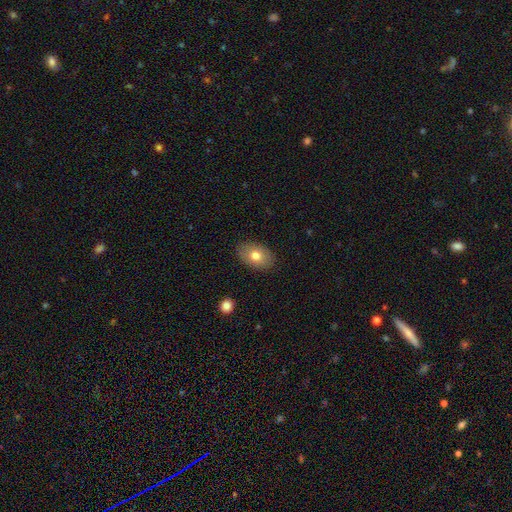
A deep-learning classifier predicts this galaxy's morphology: Q: Smooth or featured?
A: smooth (75%); runner-up: featured or disk (17%)
Q: How rounded?
A: in between (86%); runner-up: round (12%)
Q: Merging?
A: none (87%); runner-up: minor disturbance (9%)